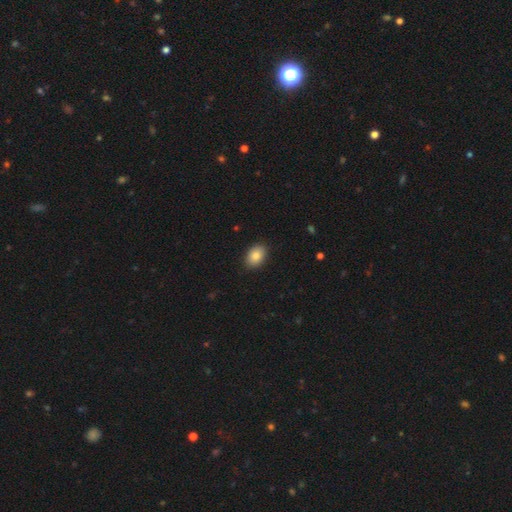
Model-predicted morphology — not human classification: This appears to be a smooth galaxy with no disk features (85%) that is in between round and cigar-shaped (83%). Merging: none (89%).